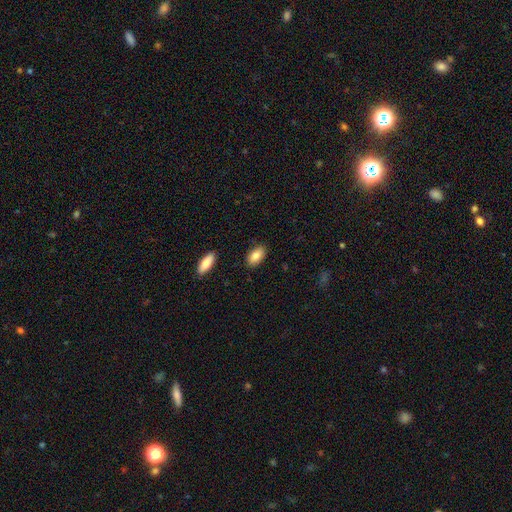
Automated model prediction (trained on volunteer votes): Smooth or featured? smooth (85%)
How rounded? in between (92%)
Merging? none (87%)